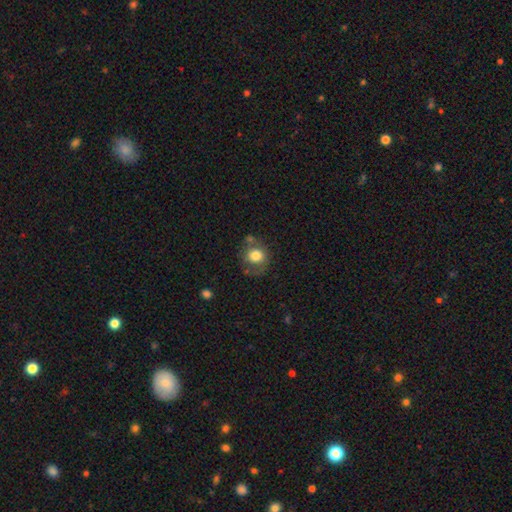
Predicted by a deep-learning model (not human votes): This appears to be a smooth galaxy with no disk features (75%) that is round (80%). Merging: none (58%).